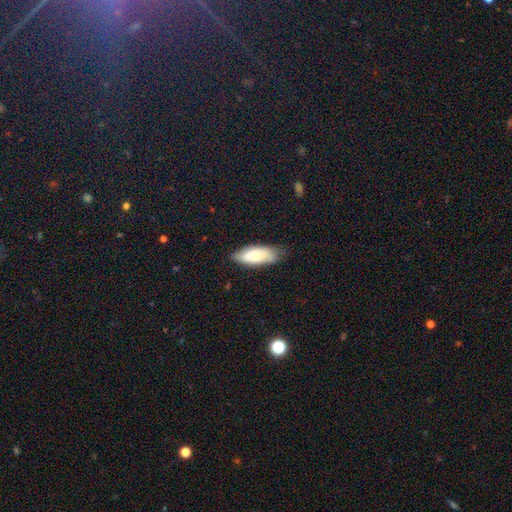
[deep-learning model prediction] Smooth or featured: smooth — 60% (featured or disk — 33%)
How rounded: in between — 83% (cigar-shaped — 14%)
Merging: none — 73% (minor disturbance — 21%)